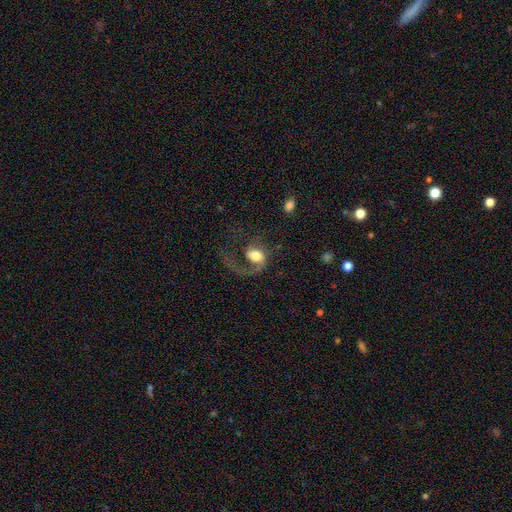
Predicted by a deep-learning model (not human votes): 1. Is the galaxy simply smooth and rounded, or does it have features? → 70% featured or disk, 22% smooth, 7% star or artifact.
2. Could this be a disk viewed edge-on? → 97% no, 3% yes.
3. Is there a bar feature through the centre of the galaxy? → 58% no, 32% weak, 10% strong.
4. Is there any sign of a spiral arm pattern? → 92% yes, 8% no.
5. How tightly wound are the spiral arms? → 55% loose, 36% medium, 9% tight.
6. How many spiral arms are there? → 71% 1, 23% 2, 3% can't tell, 1% 3, 1% 4, 1% more than 4.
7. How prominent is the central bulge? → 44% moderate, 40% large, 7% dominant, 7% small, 3% none.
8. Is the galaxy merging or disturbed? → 44% major disturbance, 39% none, 14% minor disturbance, 3% merger.